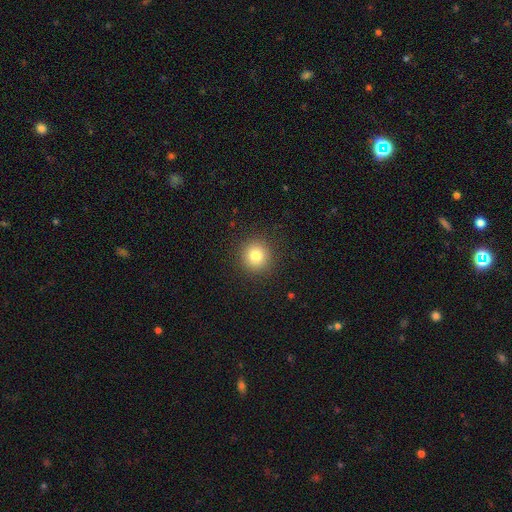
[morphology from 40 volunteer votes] Q: Smooth or featured?
A: smooth (82%); runner-up: star or artifact (12%)
Q: How rounded?
A: round (88%); runner-up: in between (12%)
Q: Merging?
A: none (97%); runner-up: minor disturbance (3%)